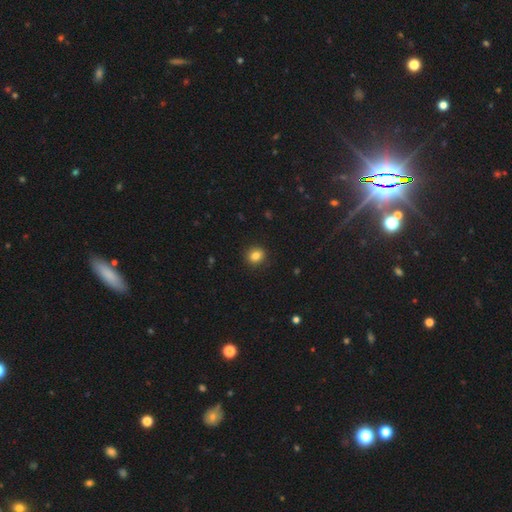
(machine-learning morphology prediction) type=smooth (84%); roundness=round (75%); merging=none (90%).